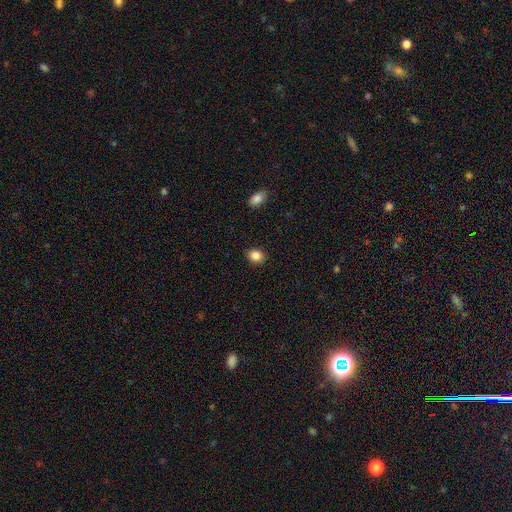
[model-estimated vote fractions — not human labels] A smooth galaxy with no disk features (86%) that is round (55%). Merging: none (90%).